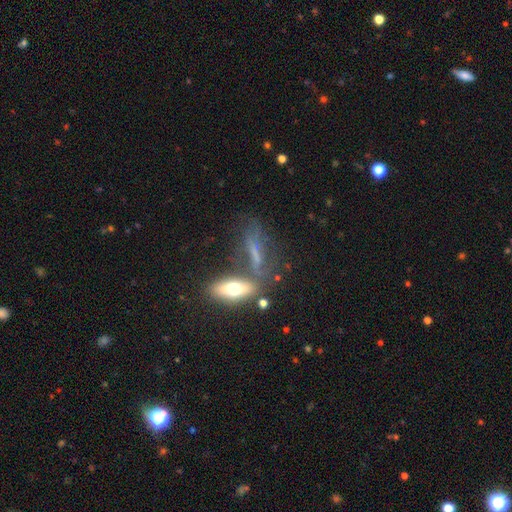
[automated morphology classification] This appears to be a smooth galaxy with no disk features (45%). Merging: none (43%).